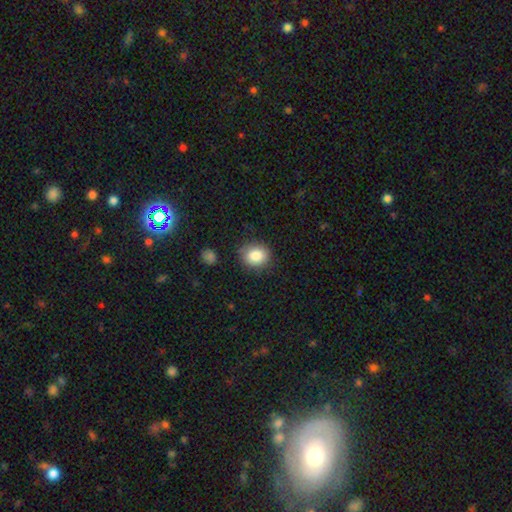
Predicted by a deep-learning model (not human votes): Smooth or featured? Predicted: smooth (p=0.85). How rounded? Predicted: round (p=0.67). Merging? Predicted: none (p=0.83).